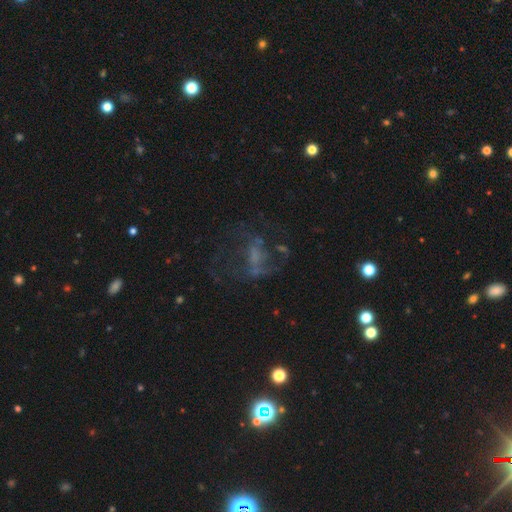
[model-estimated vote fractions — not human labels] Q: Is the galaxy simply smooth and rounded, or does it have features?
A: featured or disk — 56%.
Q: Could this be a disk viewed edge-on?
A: no — 97%.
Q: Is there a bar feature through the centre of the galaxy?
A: no — 62%.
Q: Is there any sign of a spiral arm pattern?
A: no — 55%.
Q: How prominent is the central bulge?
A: none — 58%.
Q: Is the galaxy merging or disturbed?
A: none — 44%.